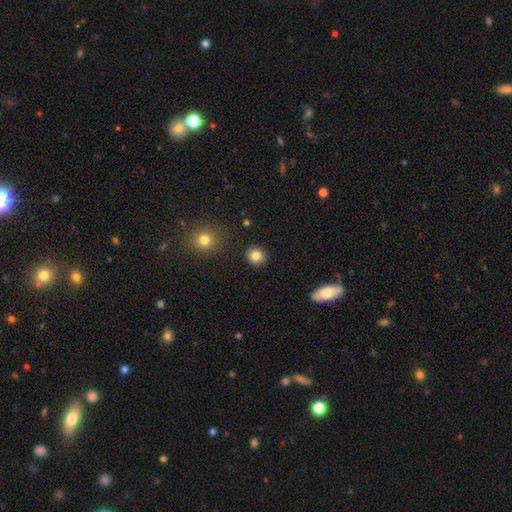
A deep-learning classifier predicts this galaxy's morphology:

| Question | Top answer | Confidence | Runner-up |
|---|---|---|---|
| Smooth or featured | smooth | 84% | star or artifact (10%) |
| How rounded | round | 82% | in between (17%) |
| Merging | none | 90% | minor disturbance (6%) |